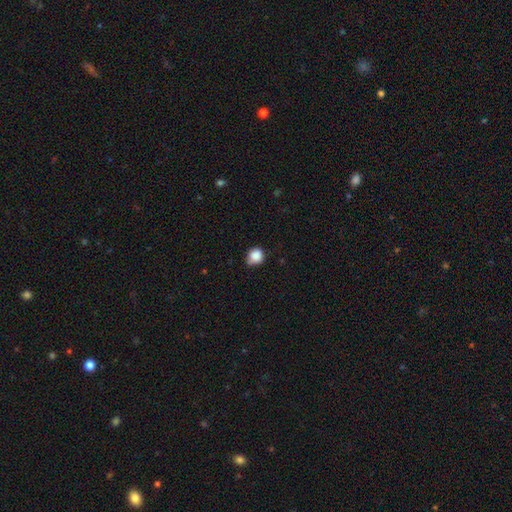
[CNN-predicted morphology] A smooth galaxy with no disk features (86%) that is round (79%). Merging: none (57%).